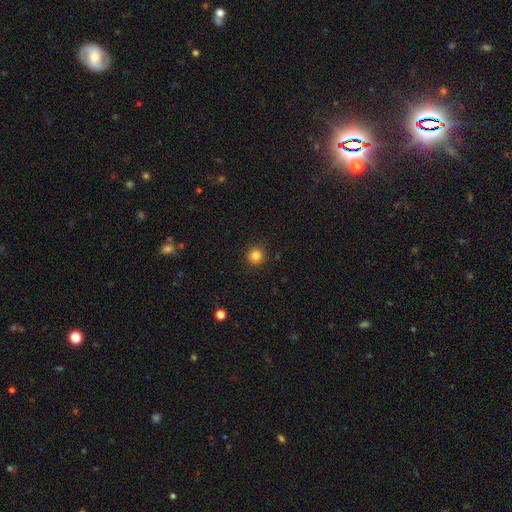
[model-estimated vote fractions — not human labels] Smooth or featured?
  - smooth: 83% *
  - star or artifact: 11%
  - featured or disk: 5%
How rounded?
  - round: 93% *
  - in between: 6%
  - cigar-shaped: 1%
Merging?
  - none: 88% *
  - minor disturbance: 8%
  - major disturbance: 2%
  - merger: 1%